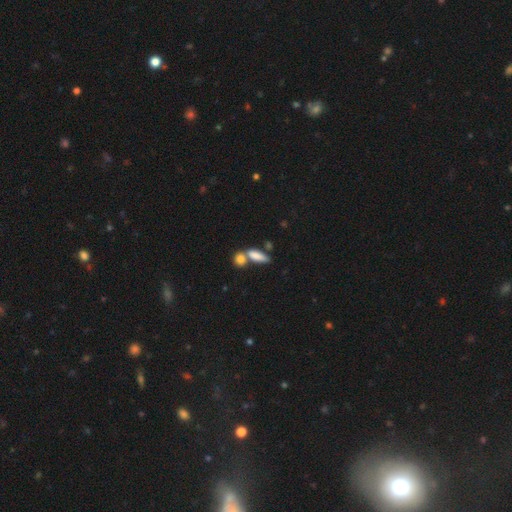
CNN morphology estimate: smooth_or_featured: smooth (p=0.81) [alt: featured or disk p=0.12]
how_rounded: in between (p=0.60) [alt: cigar-shaped p=0.33]
merging: merger (p=0.45) [alt: none p=0.40]